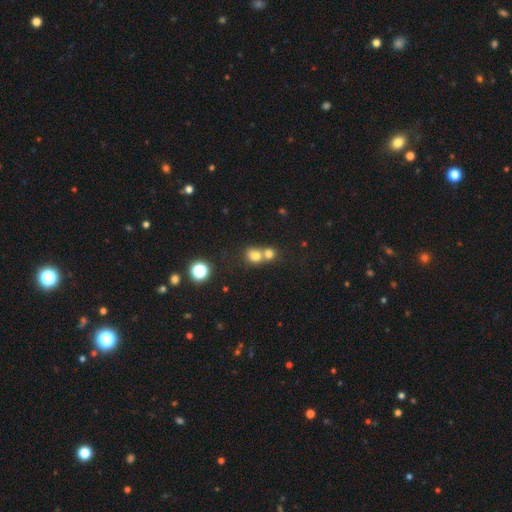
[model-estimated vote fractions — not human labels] Morphology: type=smooth (75%); roundness=round (71%); merging=merger (57%).